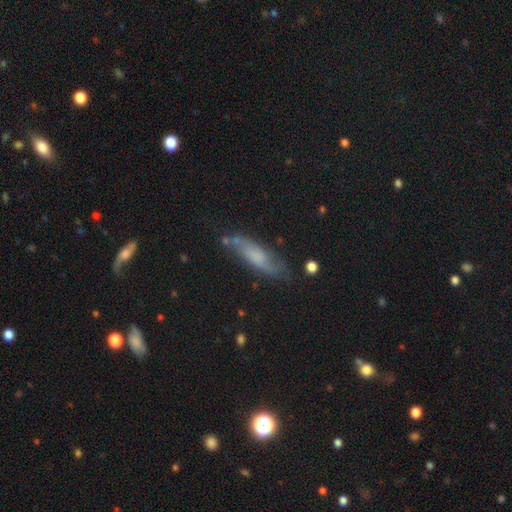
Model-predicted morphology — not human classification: type=smooth (53%); roundness=cigar-shaped (58%); merging=none (69%).